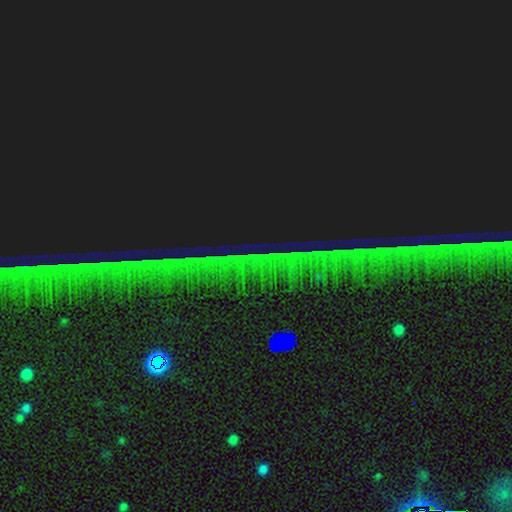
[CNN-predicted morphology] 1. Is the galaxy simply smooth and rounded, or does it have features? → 86% star or artifact, 8% featured or disk, 6% smooth.